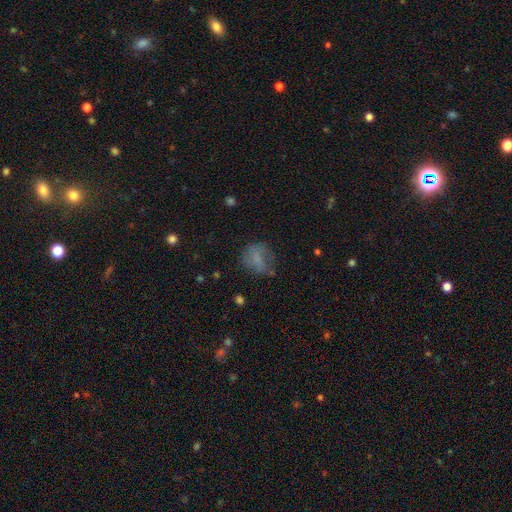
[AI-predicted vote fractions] This is likely a smooth galaxy (64%). How rounded: possibly round (57%). Merging: possibly none (54%).